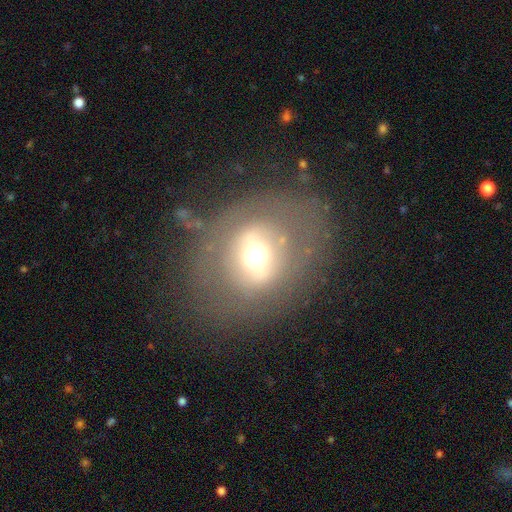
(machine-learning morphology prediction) Smooth or featured? featured or disk (52%)
Edge-on disk? no (90%)
Merging? none (70%)